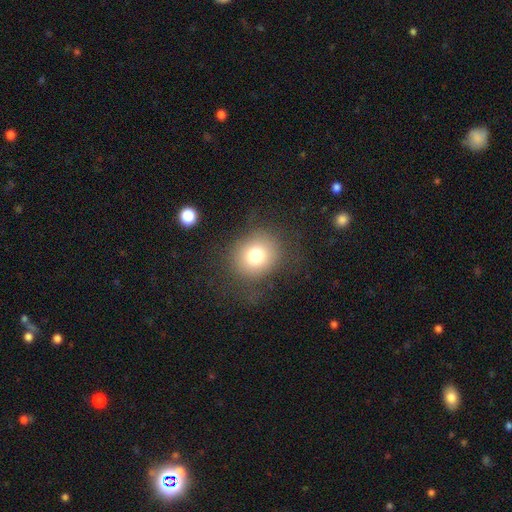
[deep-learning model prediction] smooth_or_featured: smooth (p=0.76) [alt: star or artifact p=0.12]
how_rounded: round (p=0.76) [alt: in between p=0.23]
merging: none (p=0.75) [alt: minor disturbance p=0.14]